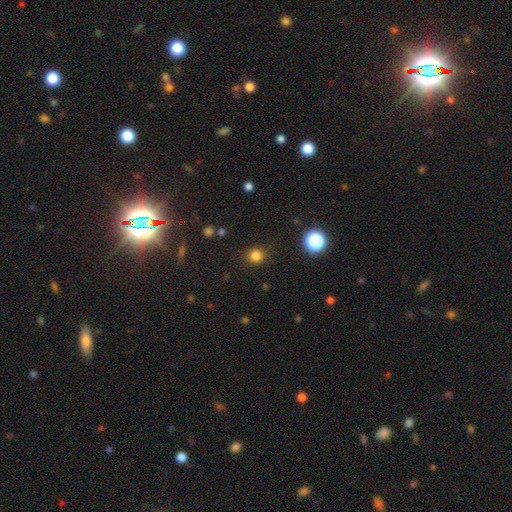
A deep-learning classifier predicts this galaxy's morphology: Overall: smooth (81%). How rounded: round (91%). Merging: none (87%).